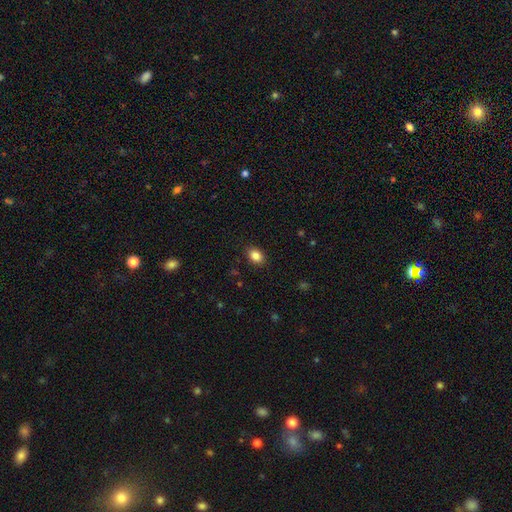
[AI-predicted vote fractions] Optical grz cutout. It shows a smooth galaxy with no disk features (86%) that is in between round and cigar-shaped (74%). Merging: none (88%).